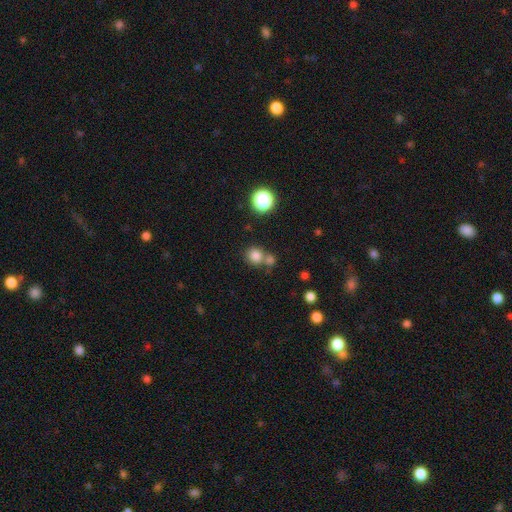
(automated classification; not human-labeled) smooth-or-featured: smooth: 80% | star or artifact: 14% | featured or disk: 6%
  how-rounded: round: 88% | in between: 11% | cigar-shaped: 1%
  merging: none: 57% | merger: 32% | minor disturbance: 8% | major disturbance: 3%